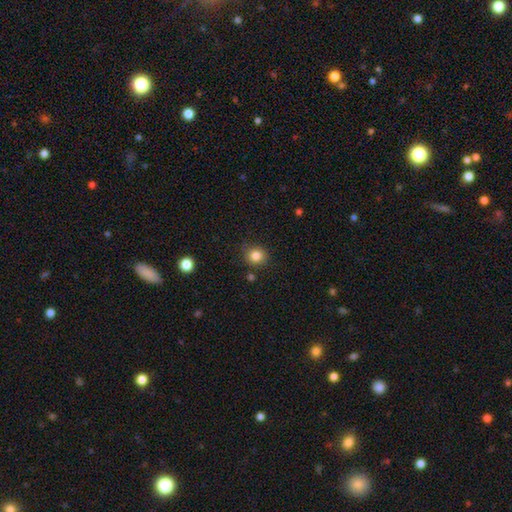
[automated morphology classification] Smooth or featured? smooth (83%)
How rounded? round (85%)
Merging? none (82%)